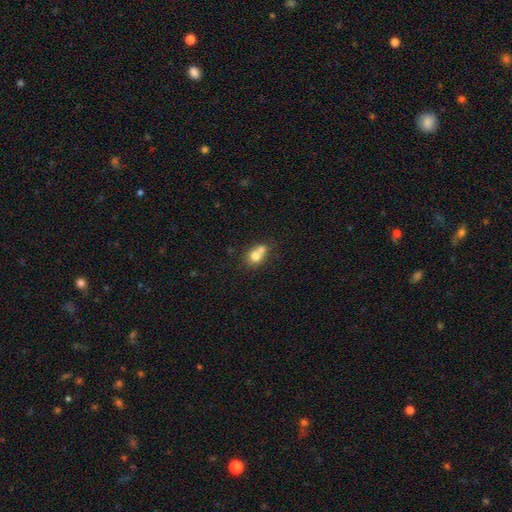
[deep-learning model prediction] smooth_or_featured: smooth (p=0.73) [alt: featured or disk p=0.17]
how_rounded: round (p=0.64) [alt: in between p=0.35]
merging: merger (p=0.58) [alt: none p=0.31]